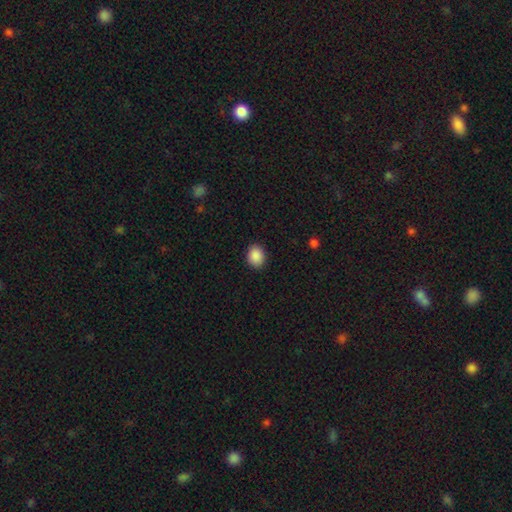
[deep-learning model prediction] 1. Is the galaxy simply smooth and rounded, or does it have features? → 89% smooth, 8% star or artifact, 3% featured or disk.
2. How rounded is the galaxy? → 56% round, 44% in between, 1% cigar-shaped.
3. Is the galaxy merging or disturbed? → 89% none, 8% minor disturbance, 2% major disturbance, 1% merger.